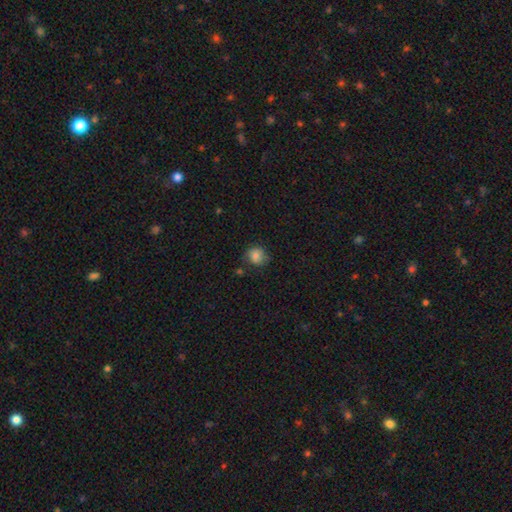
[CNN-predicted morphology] Overall: smooth (80%). How rounded: round (79%). Merging: none (71%).